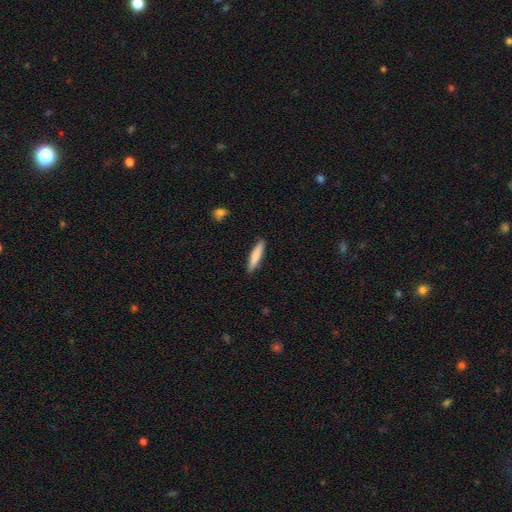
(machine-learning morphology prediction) type=smooth (80%); roundness=cigar-shaped (87%); merging=none (87%).